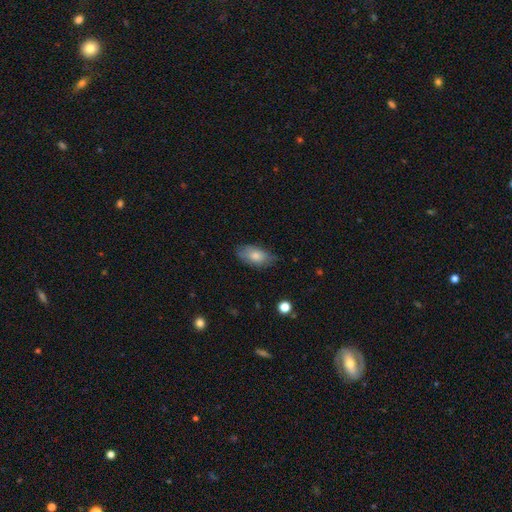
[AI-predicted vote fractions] smooth 77%, featured or disk 17%, star or artifact 7%. Down the decision tree: how rounded — in between (92%); merging — none (69%).